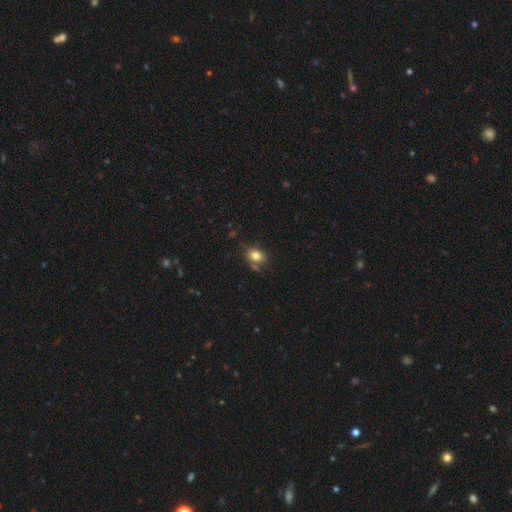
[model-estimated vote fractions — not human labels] Smooth or featured?
  - smooth: 81% *
  - star or artifact: 10%
  - featured or disk: 9%
How rounded?
  - in between: 71% *
  - round: 28%
  - cigar-shaped: 2%
Merging?
  - none: 66% *
  - minor disturbance: 19%
  - merger: 9%
  - major disturbance: 6%